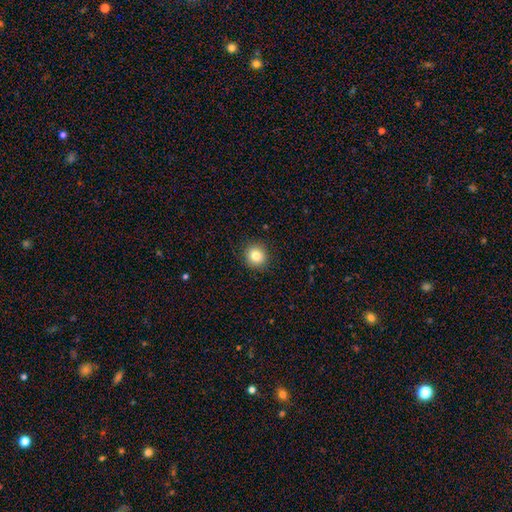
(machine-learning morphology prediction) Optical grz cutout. It shows a smooth galaxy with no disk features (82%) that is round (90%). Merging: none (91%).